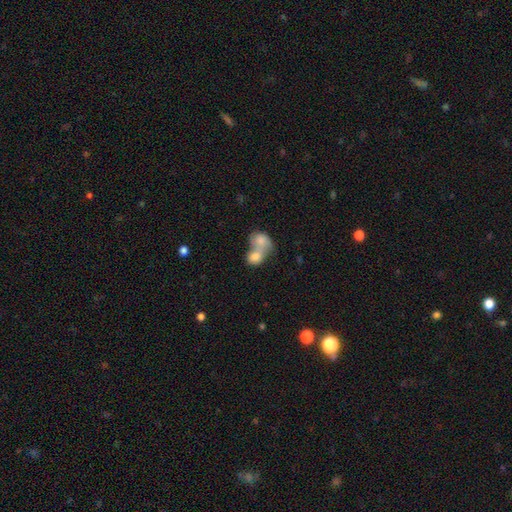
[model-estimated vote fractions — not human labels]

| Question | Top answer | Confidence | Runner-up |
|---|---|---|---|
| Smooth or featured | smooth | 76% | featured or disk (16%) |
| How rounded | round | 50% | in between (48%) |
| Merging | merger | 77% | none (14%) |